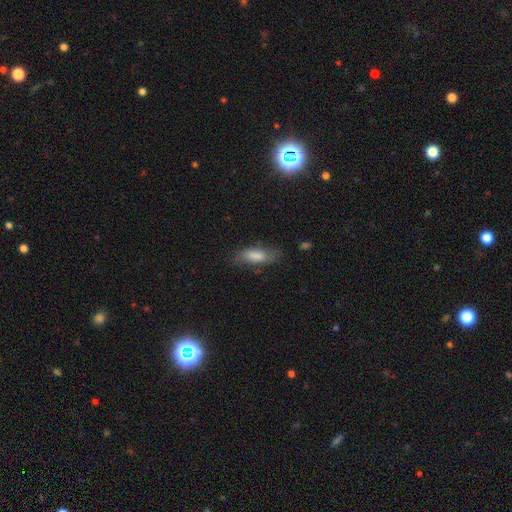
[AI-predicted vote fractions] Smooth or featured? Predicted: smooth (p=0.77). How rounded? Predicted: in between (p=0.67). Merging? Predicted: none (p=0.64).